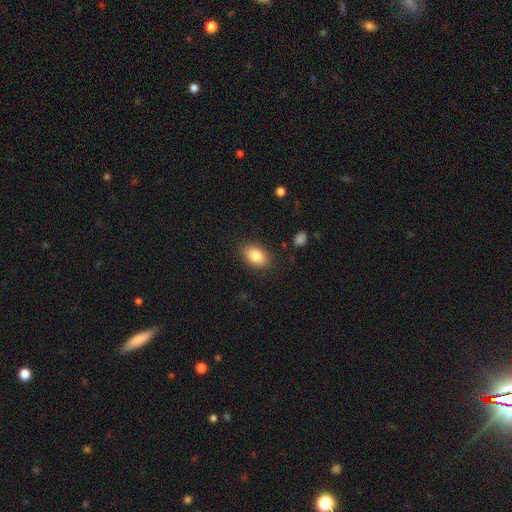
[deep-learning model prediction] The model was most divided on "smooth or featured": smooth: 84%, featured or disk: 8%, star or artifact: 8%. More confident: how rounded — in between (87%); merging — none (86%).